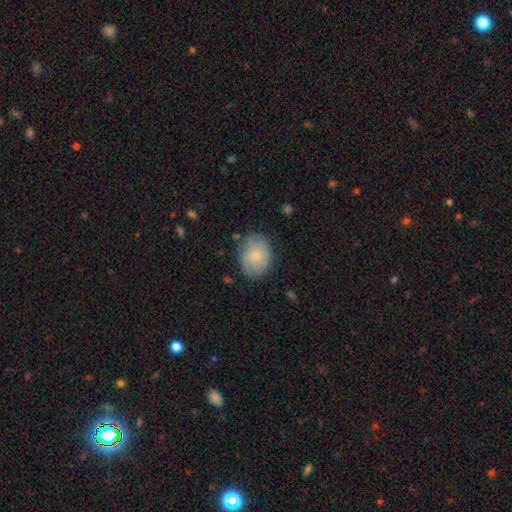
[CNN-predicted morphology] Smooth or featured? smooth (74%)
How rounded? in between (51%)
Merging? none (73%)